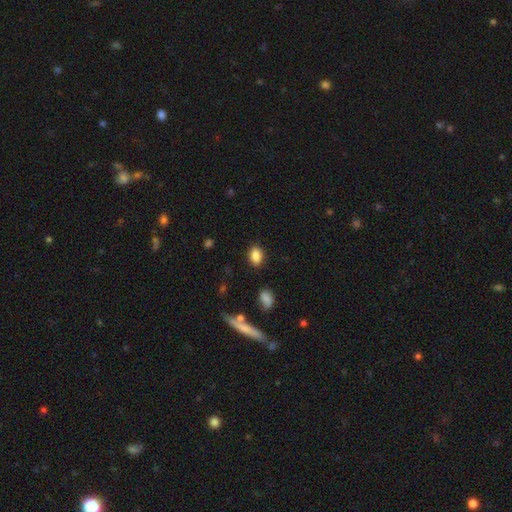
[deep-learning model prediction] This is clearly a smooth galaxy (86%). How rounded: likely in between (79%). Merging: clearly none (84%).